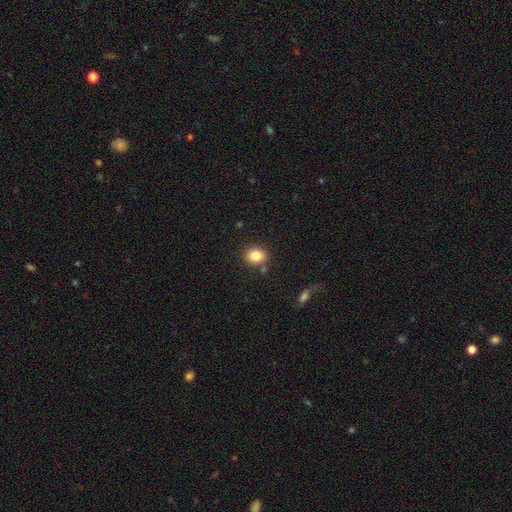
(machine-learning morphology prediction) Overall: smooth (84%). How rounded: round (65%; in between 35%). Merging: none (81%).